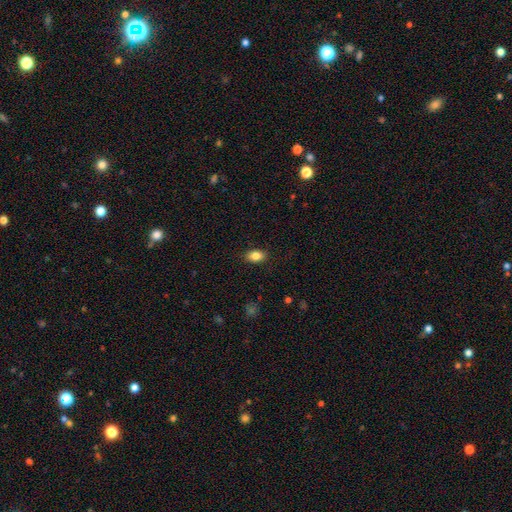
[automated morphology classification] Smooth or featured? Predicted: smooth (p=0.84). How rounded? Predicted: in between (p=0.85). Merging? Predicted: none (p=0.87).